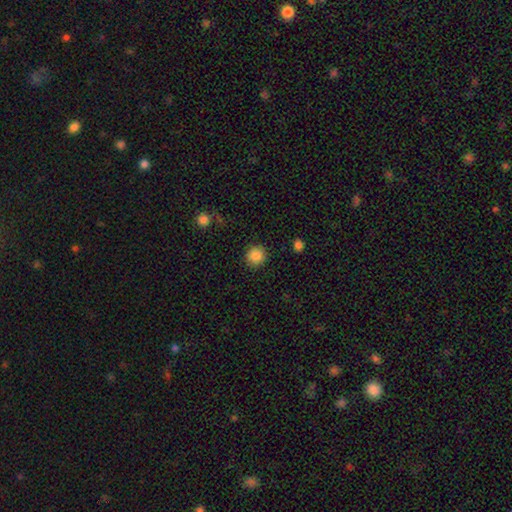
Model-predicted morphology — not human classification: smooth-or-featured: smooth: 86% | star or artifact: 9% | featured or disk: 5%
  how-rounded: round: 92% | in between: 7% | cigar-shaped: 1%
  merging: none: 90% | minor disturbance: 6% | major disturbance: 2% | merger: 1%